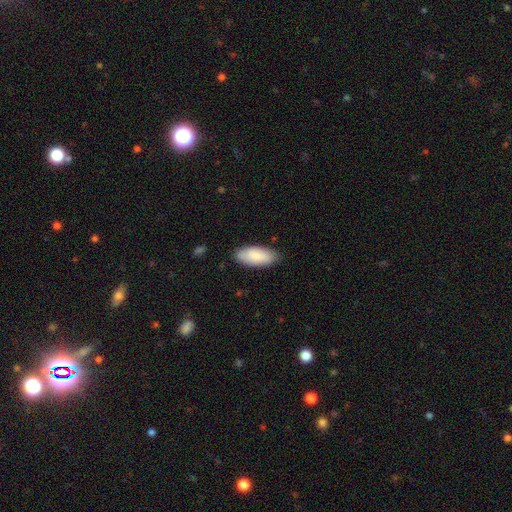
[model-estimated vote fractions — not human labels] Overall: smooth (84%). How rounded: in between (86%). Merging: none (84%).